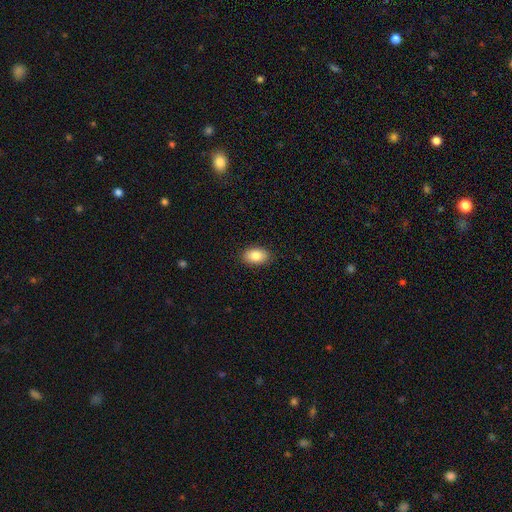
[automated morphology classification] A smooth galaxy with no disk features (84%) that is in between round and cigar-shaped (90%). Merging: none (89%).